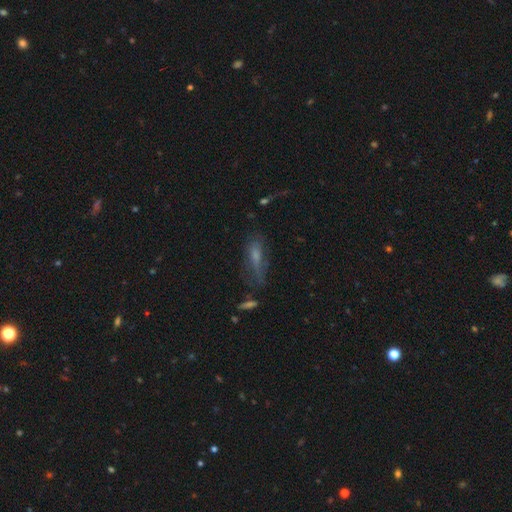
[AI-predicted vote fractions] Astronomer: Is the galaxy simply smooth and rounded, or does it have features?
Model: smooth — 48% (runner-up: featured or disk, 35%).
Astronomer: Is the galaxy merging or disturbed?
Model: none — 52%.